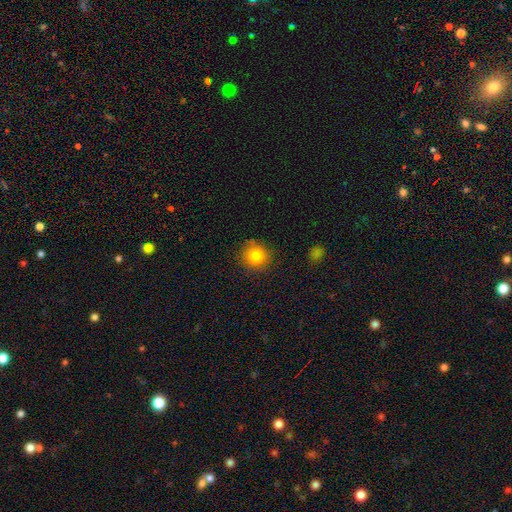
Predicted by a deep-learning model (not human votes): smooth 85%, star or artifact 10%, featured or disk 5%. Down the decision tree: how rounded — round (91%); merging — none (86%).